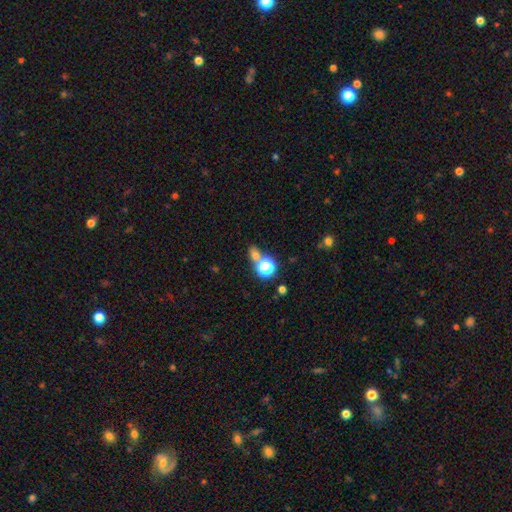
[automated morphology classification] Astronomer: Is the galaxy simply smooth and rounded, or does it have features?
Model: smooth — 62%.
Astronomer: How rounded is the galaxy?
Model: round — 59% (runner-up: in between, 38%).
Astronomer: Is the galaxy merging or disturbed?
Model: none — 57%.